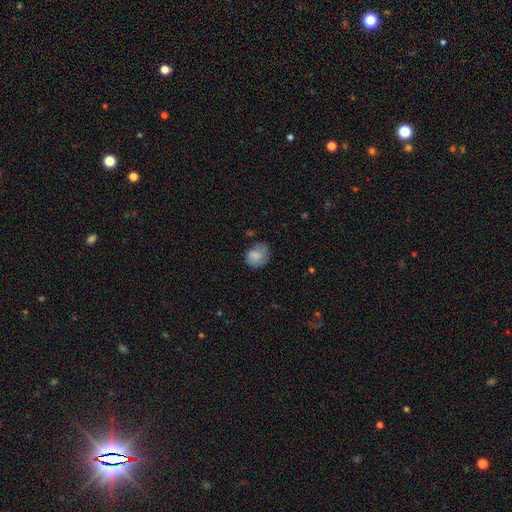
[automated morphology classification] smooth_or_featured: smooth (p=0.76) [alt: featured or disk p=0.15]
how_rounded: round (p=0.61) [alt: in between p=0.38]
merging: none (p=0.55) [alt: minor disturbance p=0.30]